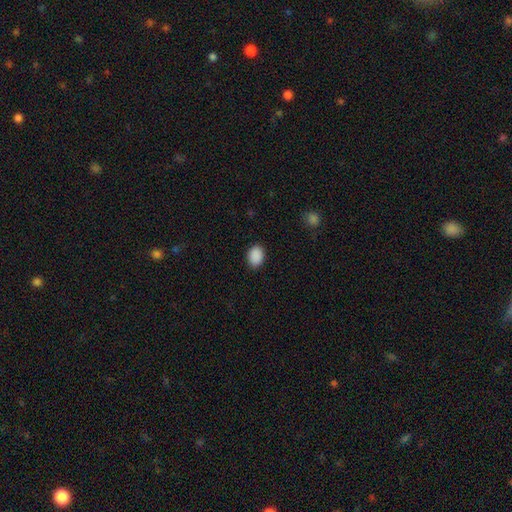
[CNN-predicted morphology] The model was most divided on "how rounded": in between: 73%, round: 26%, cigar-shaped: 1%. More confident: smooth or featured — smooth (90%); merging — none (89%).